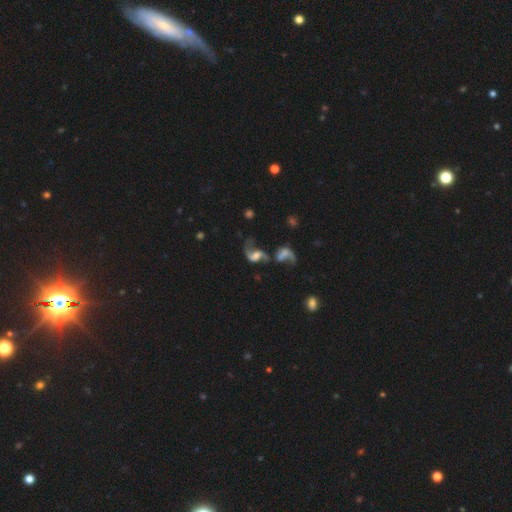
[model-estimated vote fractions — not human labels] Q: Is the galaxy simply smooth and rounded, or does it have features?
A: featured or disk — 72%.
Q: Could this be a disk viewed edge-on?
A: no — 96%.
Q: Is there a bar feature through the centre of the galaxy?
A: no — 47%.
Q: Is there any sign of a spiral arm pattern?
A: yes — 83%.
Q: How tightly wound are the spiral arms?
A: loose — 79%.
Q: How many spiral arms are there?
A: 2 — 77%.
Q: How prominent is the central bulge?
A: moderate — 36%.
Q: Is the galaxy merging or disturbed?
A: merger — 44%.